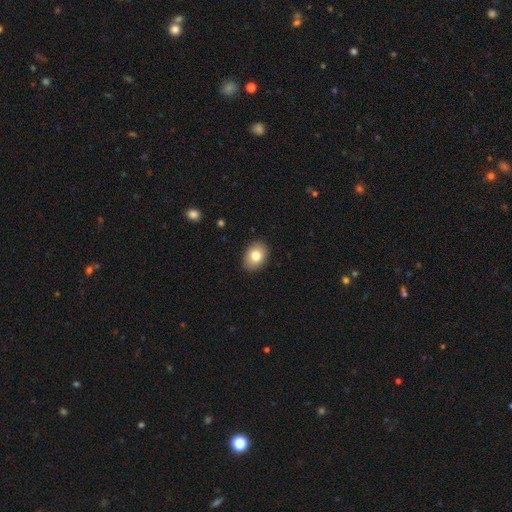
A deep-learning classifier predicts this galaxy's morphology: Smooth or featured: smooth — 80% (featured or disk — 12%)
How rounded: in between — 70% (round — 29%)
Merging: none — 88% (minor disturbance — 10%)